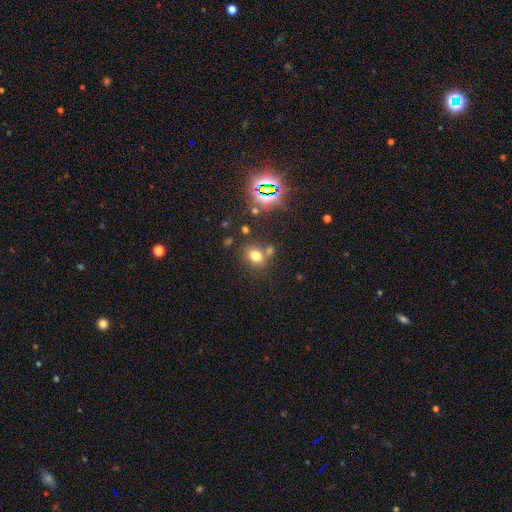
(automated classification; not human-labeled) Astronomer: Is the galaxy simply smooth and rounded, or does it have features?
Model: smooth — 69%.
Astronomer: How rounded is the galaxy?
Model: round — 51% (runner-up: in between, 47%).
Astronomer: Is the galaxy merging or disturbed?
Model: none — 63%.